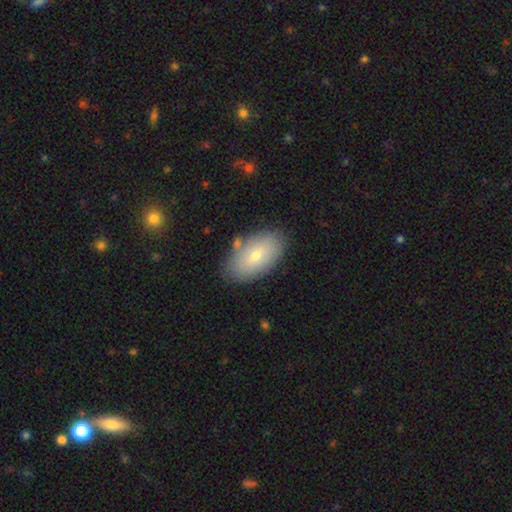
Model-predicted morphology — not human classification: A smooth galaxy with no disk features (68%) that is in between round and cigar-shaped (94%).

Vote fractions:
- Smooth or featured? smooth: 68% / featured or disk: 25% / star or artifact: 7%
- How rounded? in between: 94% / round: 4% / cigar-shaped: 2%
- Merging? none: 80% / minor disturbance: 13% / merger: 4% / major disturbance: 3%